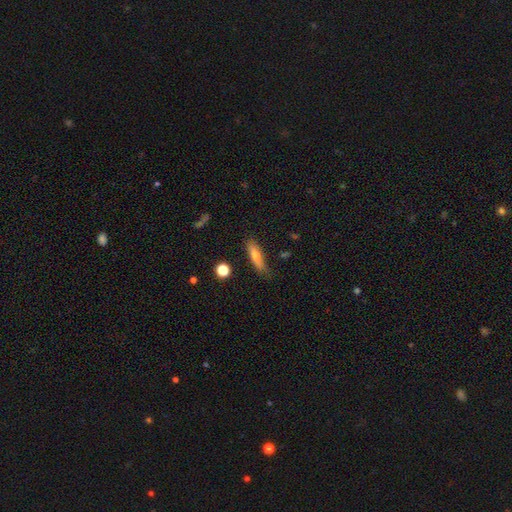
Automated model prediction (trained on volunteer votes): Smooth or featured? Predicted: smooth (p=0.72). How rounded? Predicted: cigar-shaped (p=0.66). Merging? Predicted: none (p=0.73).